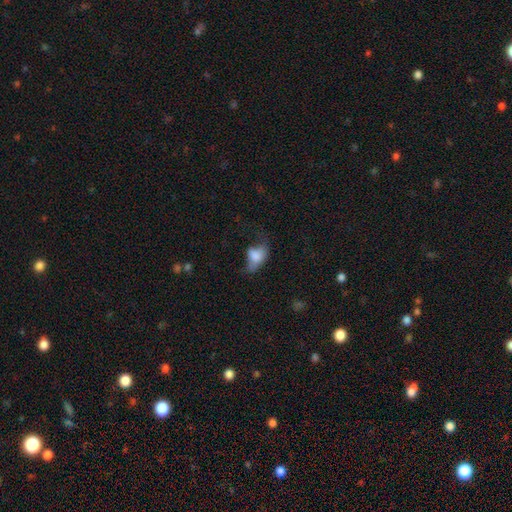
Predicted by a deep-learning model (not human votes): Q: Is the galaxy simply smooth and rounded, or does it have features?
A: smooth — 70%.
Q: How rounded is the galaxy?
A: in between — 85%.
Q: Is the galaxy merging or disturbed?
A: major disturbance — 45%.